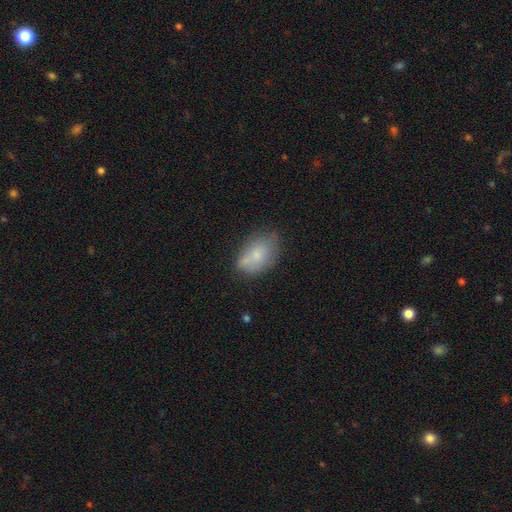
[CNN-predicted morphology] type=smooth (71%); roundness=in between (86%); merging=none (50%).